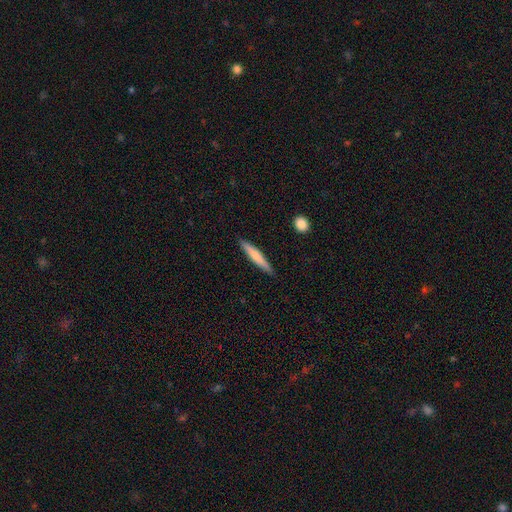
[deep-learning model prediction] Smooth or featured? Predicted: smooth (p=0.63). How rounded? Predicted: cigar-shaped (p=0.93). Merging? Predicted: none (p=0.90).